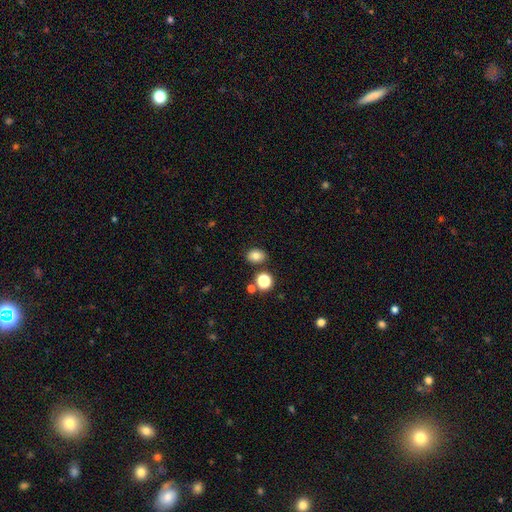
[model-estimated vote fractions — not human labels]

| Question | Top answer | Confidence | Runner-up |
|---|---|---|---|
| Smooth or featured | smooth | 78% | star or artifact (13%) |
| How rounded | in between | 60% | round (39%) |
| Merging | none | 83% | minor disturbance (9%) |